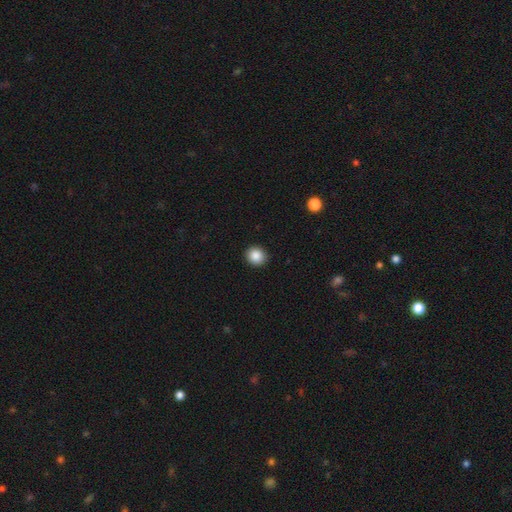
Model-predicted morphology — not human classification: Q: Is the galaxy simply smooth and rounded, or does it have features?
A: smooth — 87%.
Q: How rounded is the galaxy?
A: round — 86%.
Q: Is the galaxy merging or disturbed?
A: none — 92%.